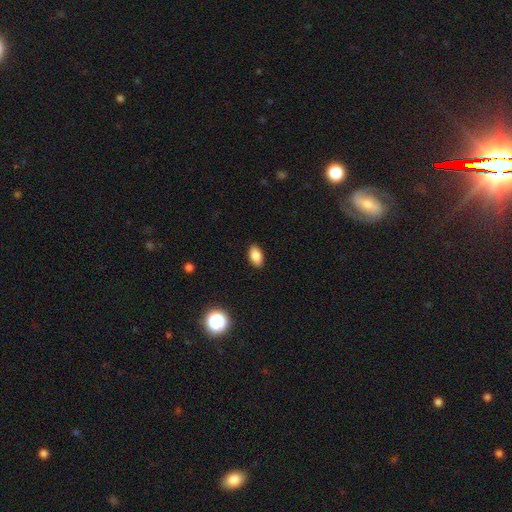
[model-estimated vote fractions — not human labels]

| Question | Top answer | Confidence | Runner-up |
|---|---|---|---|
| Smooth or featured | smooth | 85% | star or artifact (9%) |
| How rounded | in between | 92% | round (6%) |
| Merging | none | 89% | minor disturbance (8%) |